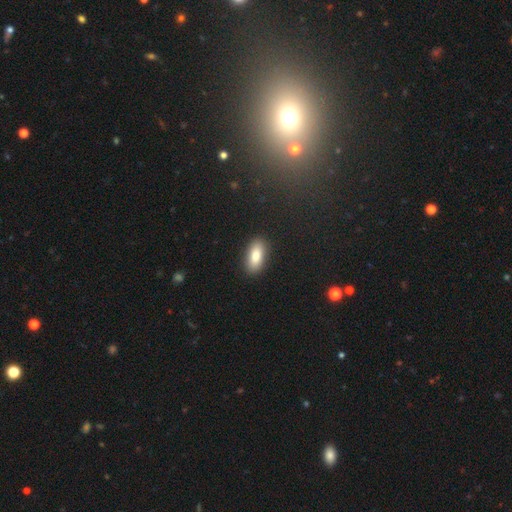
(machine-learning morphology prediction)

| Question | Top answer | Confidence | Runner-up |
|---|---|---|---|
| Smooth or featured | smooth | 83% | featured or disk (10%) |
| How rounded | in between | 88% | cigar-shaped (9%) |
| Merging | none | 88% | minor disturbance (8%) |